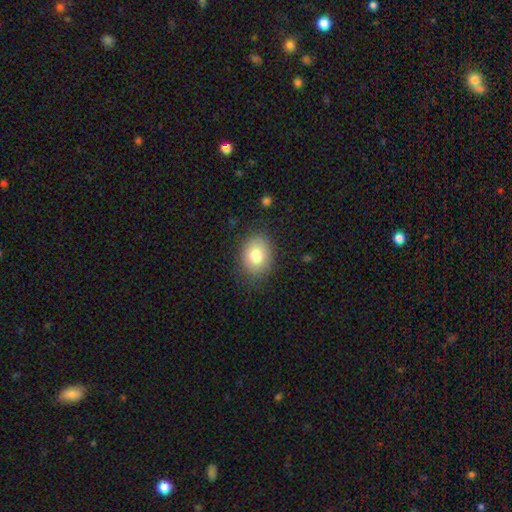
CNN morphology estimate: Smooth or featured?
  - smooth: 78% *
  - featured or disk: 13%
  - star or artifact: 9%
How rounded?
  - in between: 59% *
  - round: 40%
  - cigar-shaped: 1%
Merging?
  - none: 82% *
  - minor disturbance: 13%
  - major disturbance: 4%
  - merger: 1%